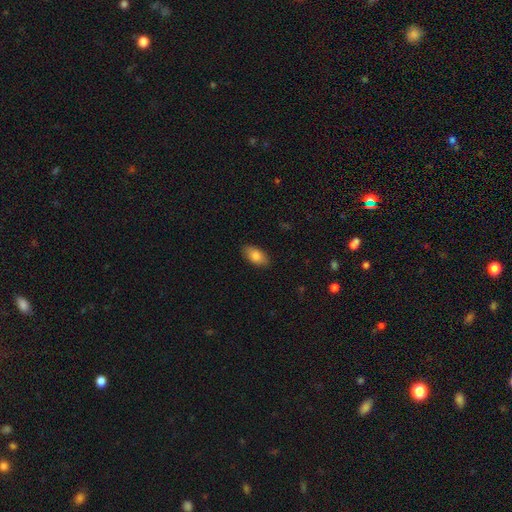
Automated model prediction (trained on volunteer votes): Q: Smooth or featured?
A: smooth (83%); runner-up: featured or disk (10%)
Q: How rounded?
A: in between (93%); runner-up: cigar-shaped (4%)
Q: Merging?
A: none (88%); runner-up: minor disturbance (9%)